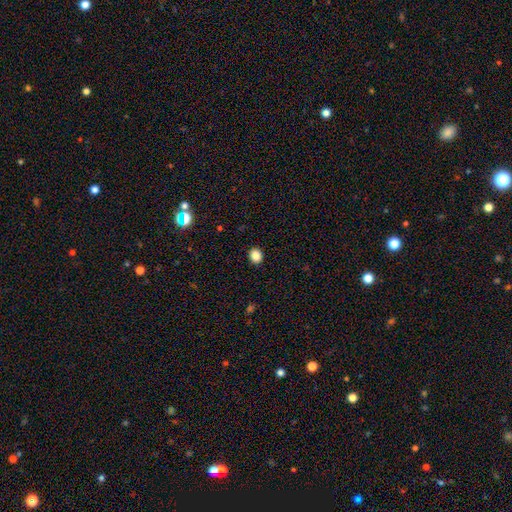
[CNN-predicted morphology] smooth_or_featured: smooth (p=0.86) [alt: star or artifact p=0.11]
how_rounded: round (p=0.68) [alt: in between p=0.31]
merging: none (p=0.91) [alt: minor disturbance p=0.06]